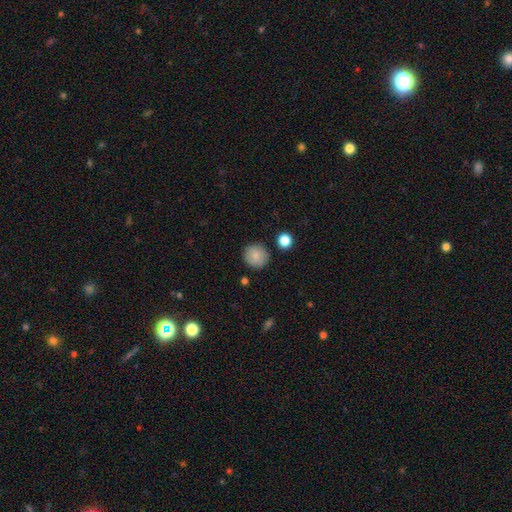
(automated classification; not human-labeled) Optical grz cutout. It shows a smooth galaxy with no disk features (85%) that is round (91%). Merging: none (87%).